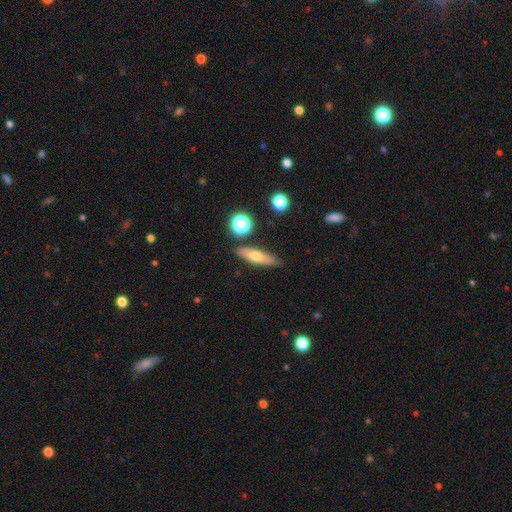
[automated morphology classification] type=smooth (59%); roundness=cigar-shaped (64%); merging=none (82%).